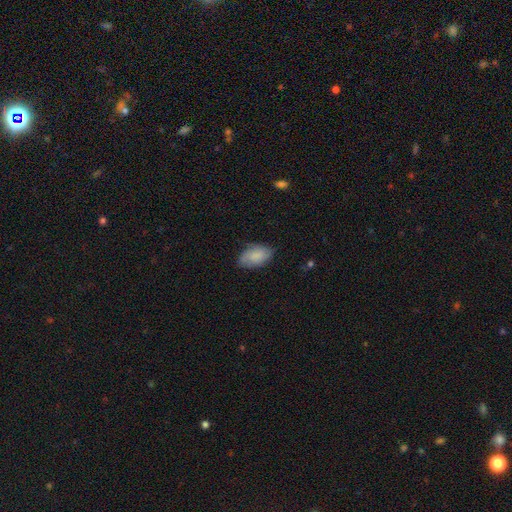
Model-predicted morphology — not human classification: Q: Smooth or featured?
A: smooth (78%); runner-up: featured or disk (15%)
Q: How rounded?
A: in between (93%); runner-up: round (5%)
Q: Merging?
A: none (72%); runner-up: minor disturbance (22%)